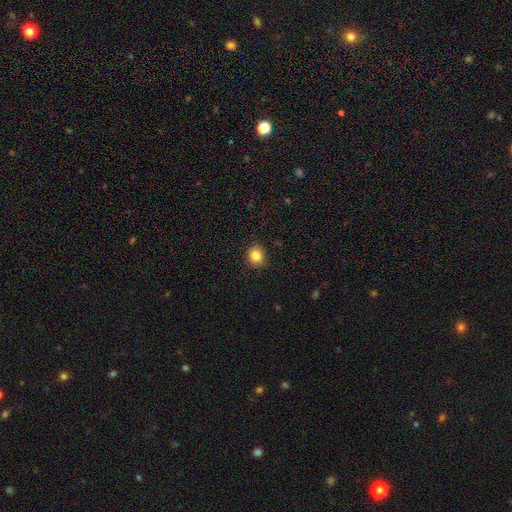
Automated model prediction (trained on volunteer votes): The model was most divided on "how rounded": round: 81%, in between: 18%, cigar-shaped: 1%. More confident: merging — none (90%); smooth or featured — smooth (84%).